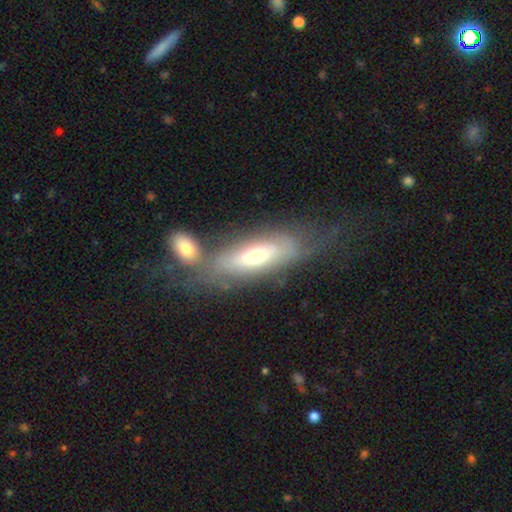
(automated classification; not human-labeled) Smooth or featured? featured or disk (53%)
Edge-on disk? no (66%)
Merging? none (44%)